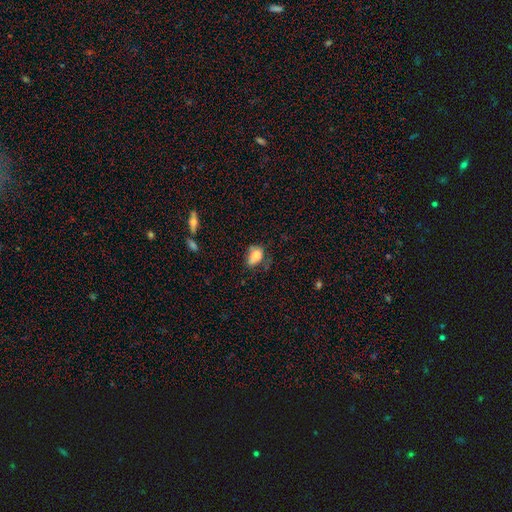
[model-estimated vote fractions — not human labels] This appears to be a smooth galaxy with no disk features (79%) that is in between round and cigar-shaped (83%). Merging: none (46%).